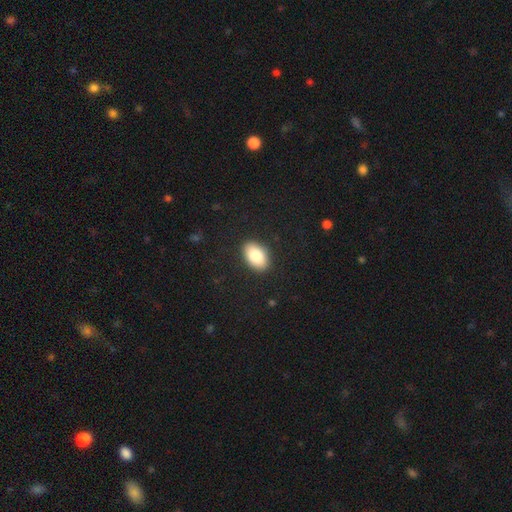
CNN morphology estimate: smooth_or_featured: smooth (p=0.83) [alt: featured or disk p=0.10]
how_rounded: in between (p=0.91) [alt: round p=0.07]
merging: none (p=0.89) [alt: minor disturbance p=0.07]